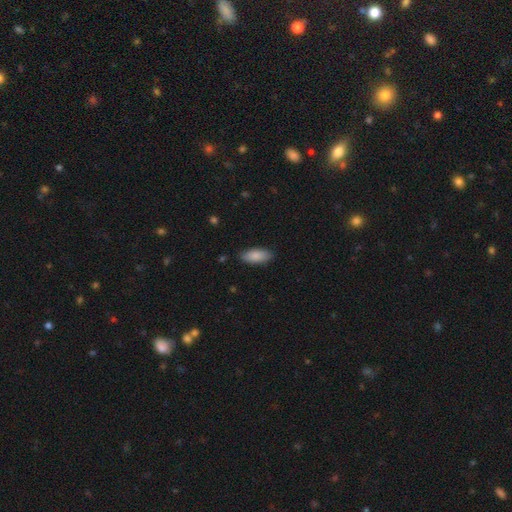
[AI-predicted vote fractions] Smooth or featured?
  - smooth: 86% *
  - featured or disk: 8%
  - star or artifact: 6%
How rounded?
  - in between: 87% *
  - cigar-shaped: 11%
  - round: 2%
Merging?
  - none: 86% *
  - minor disturbance: 11%
  - major disturbance: 2%
  - merger: 1%